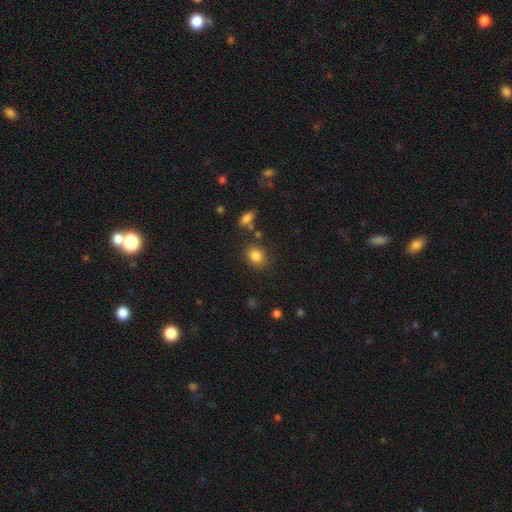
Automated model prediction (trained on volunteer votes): A smooth galaxy with no disk features (84%) that is round (55%).

Vote fractions:
- Smooth or featured? smooth: 84% / star or artifact: 10% / featured or disk: 5%
- How rounded? round: 55% / in between: 44% / cigar-shaped: 1%
- Merging? none: 80% / minor disturbance: 11% / merger: 5% / major disturbance: 4%